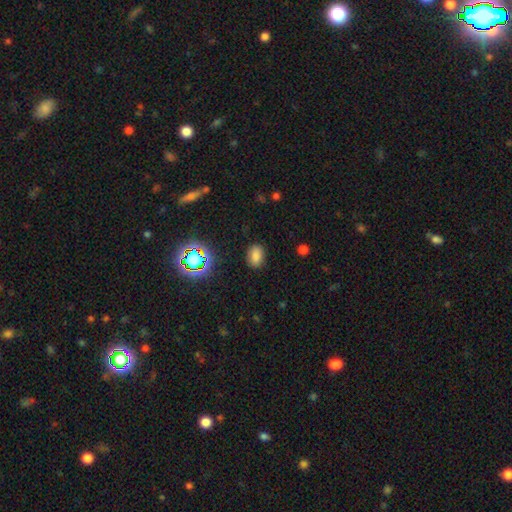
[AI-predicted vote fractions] smooth 78%, star or artifact 16%, featured or disk 7%. Down the decision tree: how rounded — in between (80%); merging — none (85%).